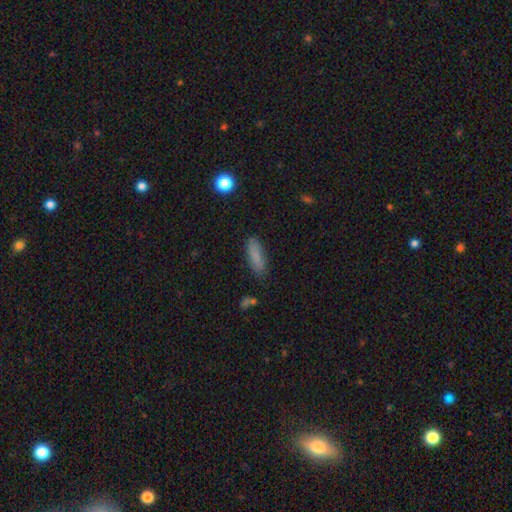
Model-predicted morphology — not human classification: Smooth or featured? smooth (84%)
How rounded? cigar-shaped (53%)
Merging? none (81%)